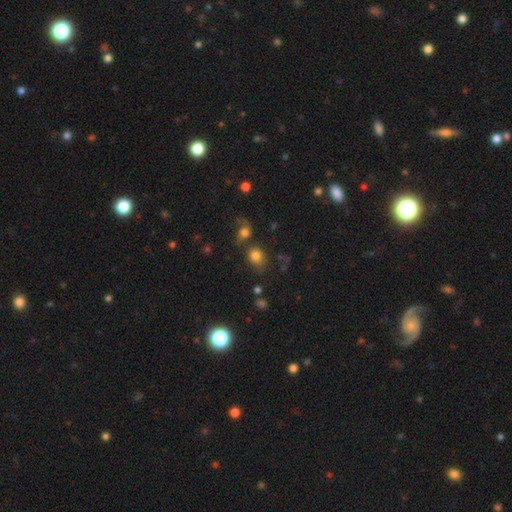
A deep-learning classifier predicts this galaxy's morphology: smooth-or-featured: smooth: 77% | star or artifact: 13% | featured or disk: 10%
  how-rounded: round: 62% | in between: 36% | cigar-shaped: 1%
  merging: none: 52% | merger: 24% | minor disturbance: 14% | major disturbance: 10%